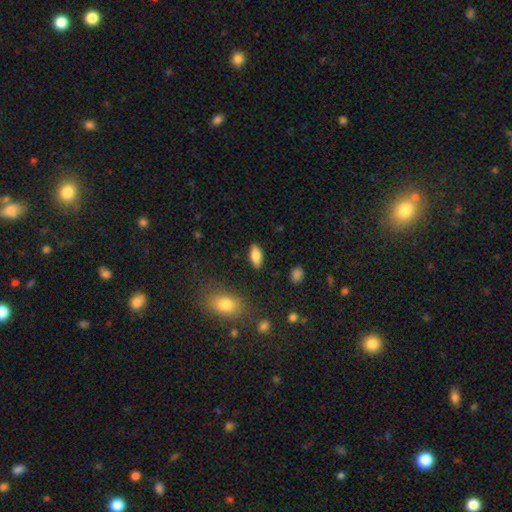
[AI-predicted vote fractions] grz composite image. It shows a smooth galaxy with no disk features (79%) that is in between round and cigar-shaped (82%). Merging: none (87%).